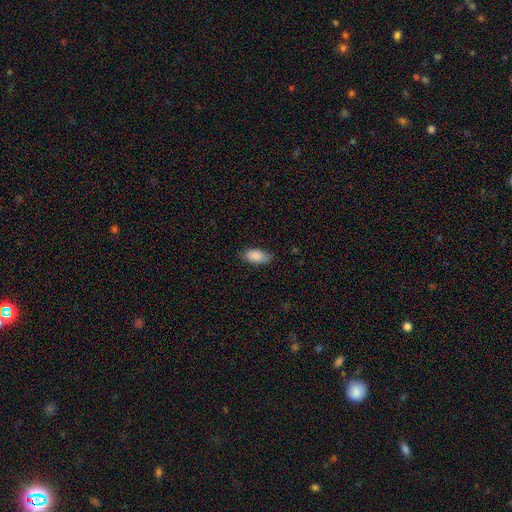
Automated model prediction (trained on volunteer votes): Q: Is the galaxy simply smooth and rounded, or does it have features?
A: smooth — 87%.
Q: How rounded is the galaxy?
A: in between — 91%.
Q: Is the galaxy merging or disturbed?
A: none — 74%.